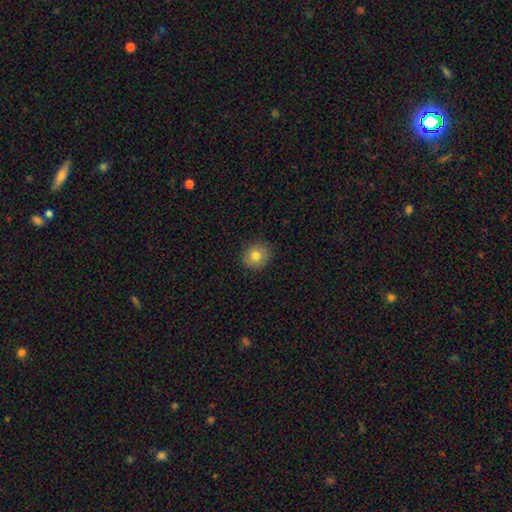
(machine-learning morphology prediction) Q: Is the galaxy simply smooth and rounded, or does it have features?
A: smooth — 79%.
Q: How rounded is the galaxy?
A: round — 85%.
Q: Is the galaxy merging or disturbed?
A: none — 89%.